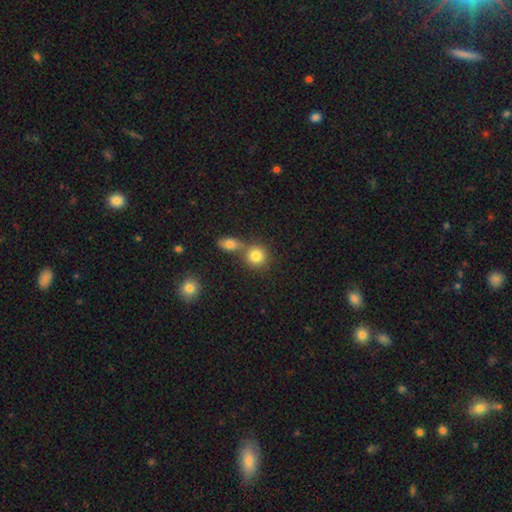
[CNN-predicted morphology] Smooth or featured: smooth — 82% (star or artifact — 10%)
How rounded: round — 83% (in between — 15%)
Merging: none — 52% (merger — 37%)